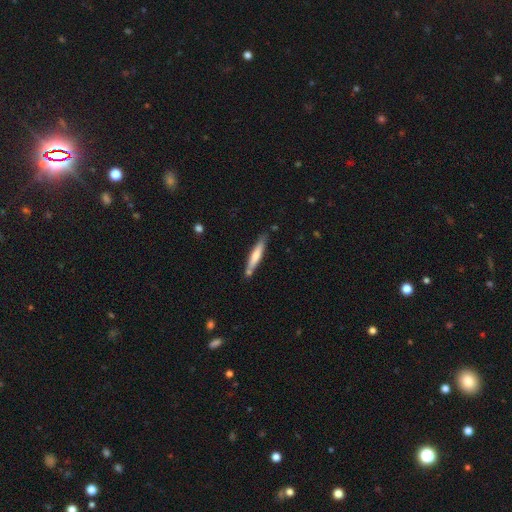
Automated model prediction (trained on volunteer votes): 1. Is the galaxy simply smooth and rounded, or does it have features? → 60% smooth, 35% featured or disk, 5% star or artifact.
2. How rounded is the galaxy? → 92% cigar-shaped, 7% in between, 1% round.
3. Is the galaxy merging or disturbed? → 76% none, 15% minor disturbance, 7% merger, 3% major disturbance.